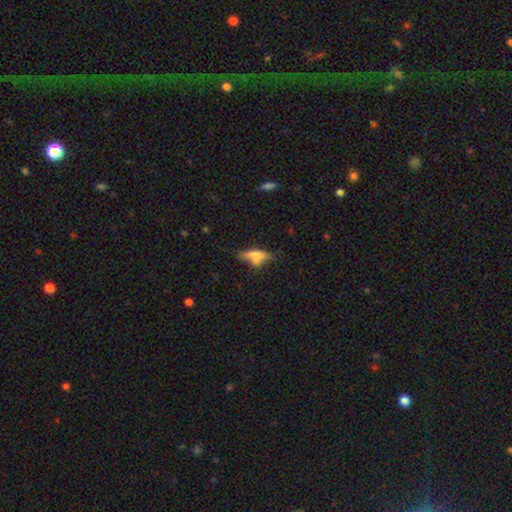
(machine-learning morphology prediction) Smooth or featured? Predicted: smooth (p=0.54). How rounded? Predicted: cigar-shaped (p=0.55). Merging? Predicted: none (p=0.53).